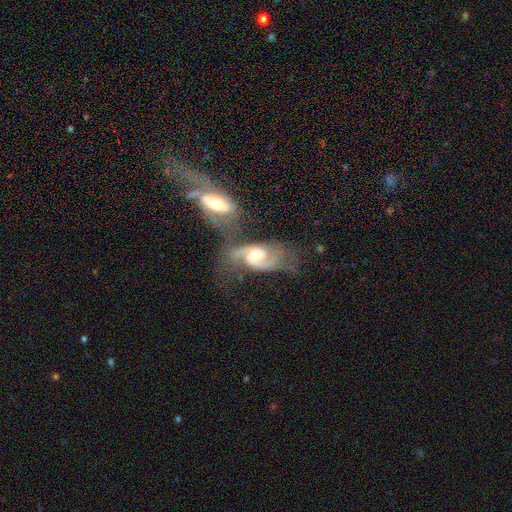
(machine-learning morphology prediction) Smooth or featured: featured or disk — 86% (smooth — 8%)
Edge-on disk: no — 97% (yes — 3%)
Bar: no — 57% (weak — 35%)
Spiral arms: yes — 96% (no — 4%)
Spiral winding: medium — 52% (tight — 24%)
Spiral arm count: 2 — 87% (can't tell — 5%)
Bulge size: moderate — 65% (small — 26%)
Merging: merger — 41% (none — 30%)